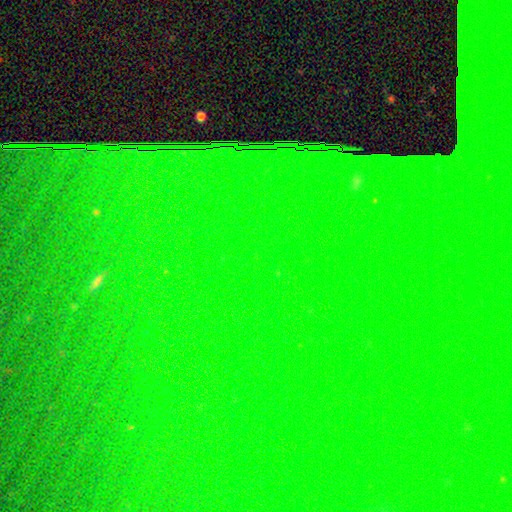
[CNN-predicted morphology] Smooth or featured? Predicted: star or artifact (p=0.85).